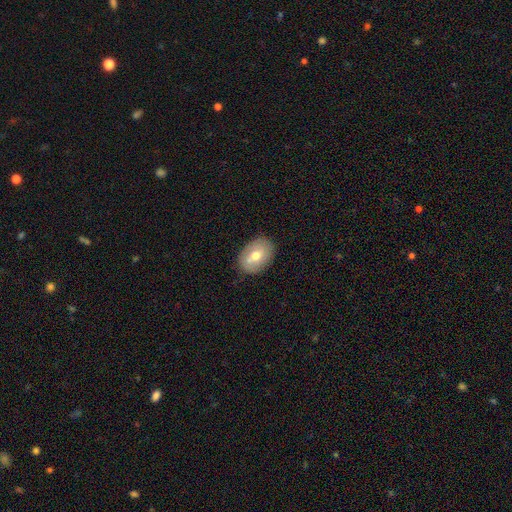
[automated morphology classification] type=smooth (64%); roundness=in between (76%); merging=none (79%).